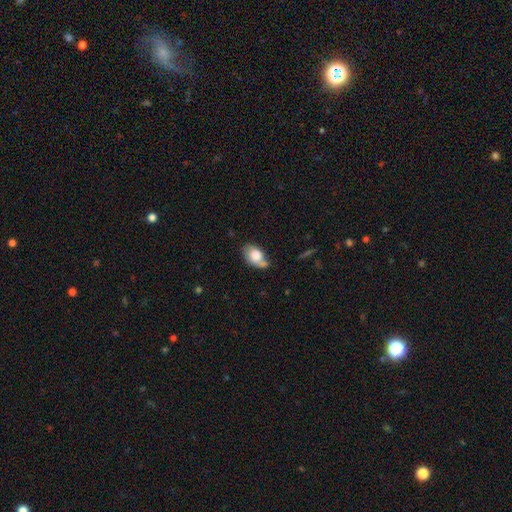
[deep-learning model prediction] A smooth galaxy with no disk features (76%) that is in between round and cigar-shaped (85%).

Vote fractions:
- Smooth or featured? smooth: 76% / featured or disk: 16% / star or artifact: 8%
- How rounded? in between: 85% / round: 14% / cigar-shaped: 2%
- Merging? none: 45% / minor disturbance: 29% / merger: 18% / major disturbance: 9%